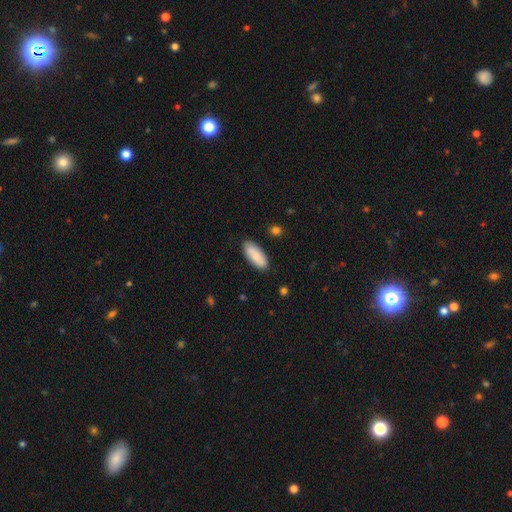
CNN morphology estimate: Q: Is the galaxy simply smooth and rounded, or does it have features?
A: smooth — 83%.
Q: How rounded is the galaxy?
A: in between — 84%.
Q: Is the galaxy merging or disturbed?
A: none — 86%.